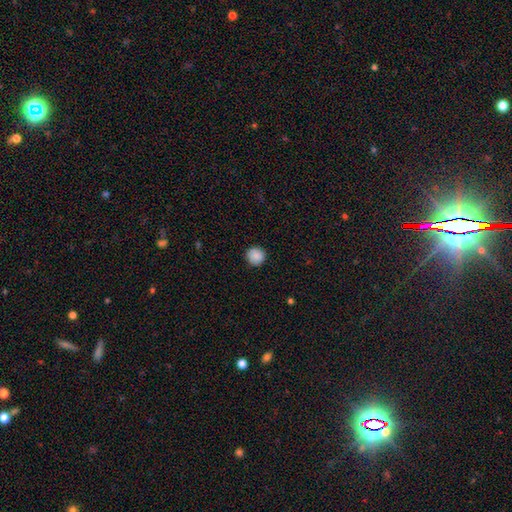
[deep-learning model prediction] This appears to be a smooth galaxy with no disk features (87%) that is round (94%). Merging: none (89%).